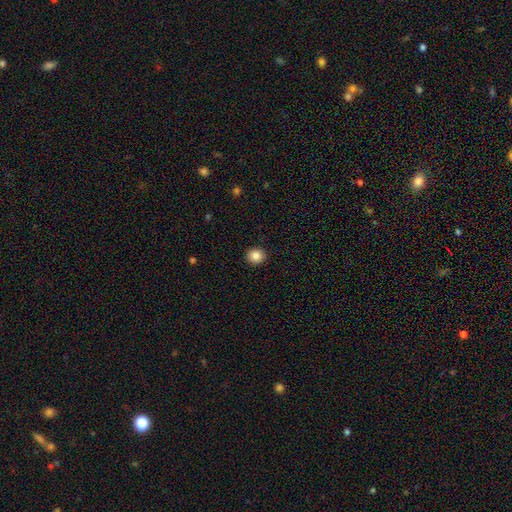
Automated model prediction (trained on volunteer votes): Smooth or featured? Predicted: smooth (p=0.86). How rounded? Predicted: round (p=0.85). Merging? Predicted: none (p=0.92).